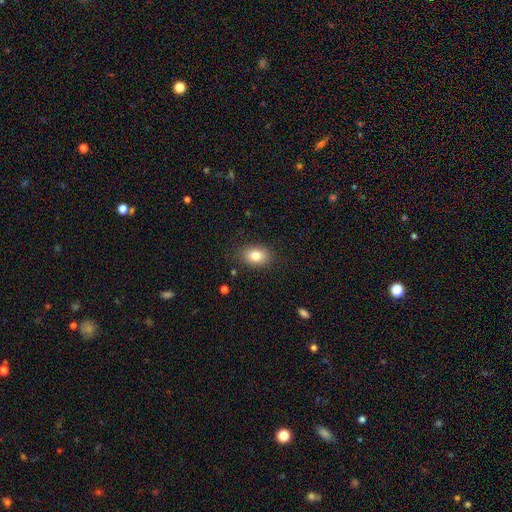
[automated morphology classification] smooth_or_featured: smooth (p=0.82) [alt: star or artifact p=0.09]
how_rounded: in between (p=0.76) [alt: round p=0.23]
merging: none (p=0.85) [alt: minor disturbance p=0.11]